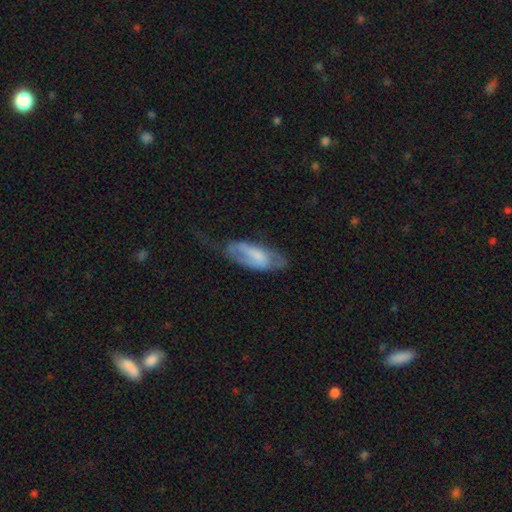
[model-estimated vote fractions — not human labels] This is possibly a featured or disk galaxy (47%). Merging: marginally major disturbance (36%).